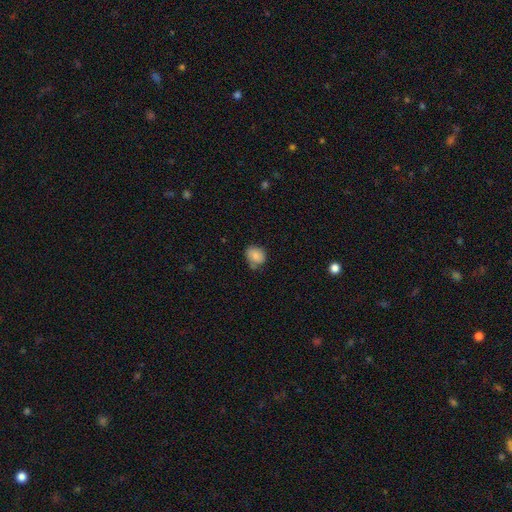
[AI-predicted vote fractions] The model was most divided on "how rounded": round: 57%, in between: 42%, cigar-shaped: 1%. More confident: smooth or featured — smooth (80%); merging — none (60%).